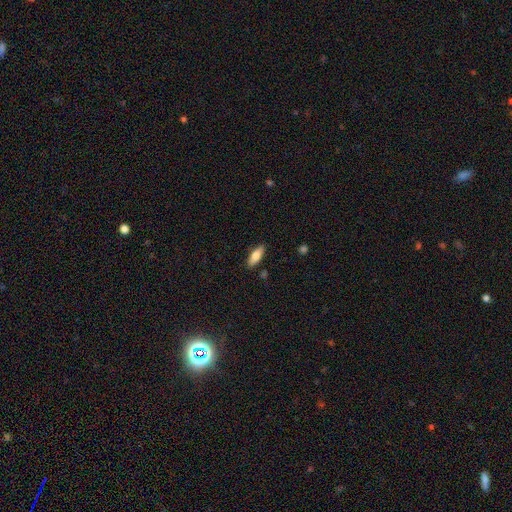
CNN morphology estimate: Smooth or featured? Predicted: smooth (p=0.76). How rounded? Predicted: in between (p=0.73). Merging? Predicted: none (p=0.87).